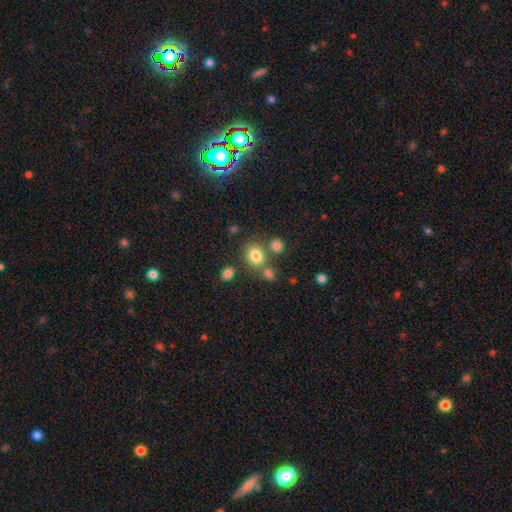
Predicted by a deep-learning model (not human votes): smooth_or_featured: smooth (p=0.80) [alt: star or artifact p=0.13]
how_rounded: round (p=0.63) [alt: in between p=0.36]
merging: none (p=0.67) [alt: merger p=0.16]